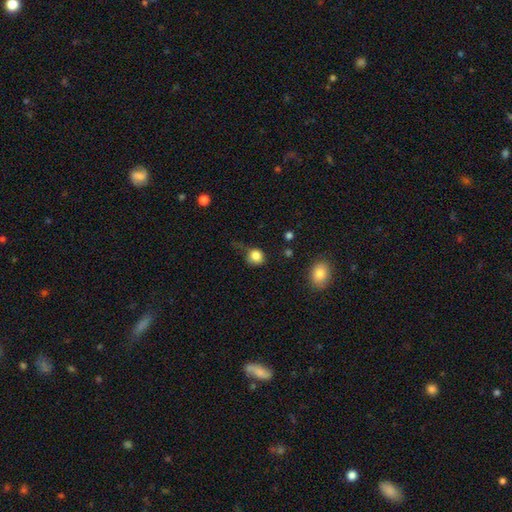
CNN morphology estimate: smooth_or_featured: smooth (p=0.84) [alt: star or artifact p=0.11]
how_rounded: round (p=0.85) [alt: in between p=0.14]
merging: none (p=0.60) [alt: minor disturbance p=0.26]